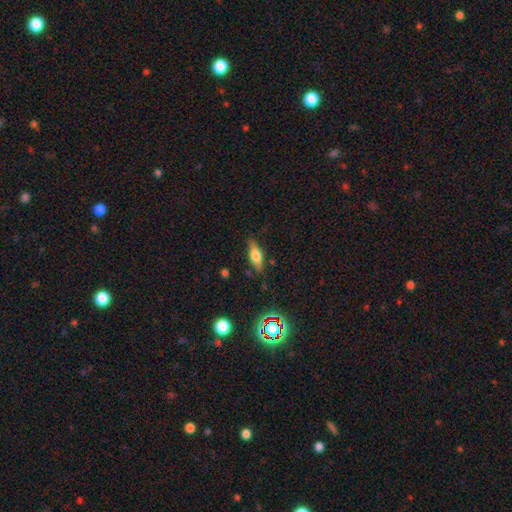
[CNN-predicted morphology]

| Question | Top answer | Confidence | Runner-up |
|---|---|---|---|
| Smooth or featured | smooth | 51% | featured or disk (39%) |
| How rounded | in between | 54% | cigar-shaped (42%) |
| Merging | none | 82% | minor disturbance (13%) |